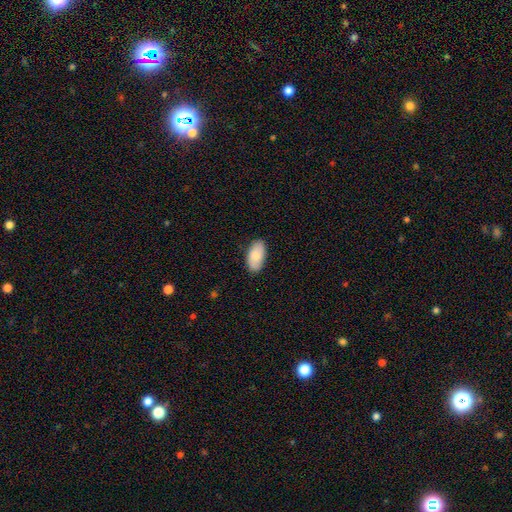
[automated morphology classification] A smooth galaxy with no disk features (83%) that is in between round and cigar-shaped (95%). Merging: none (85%).